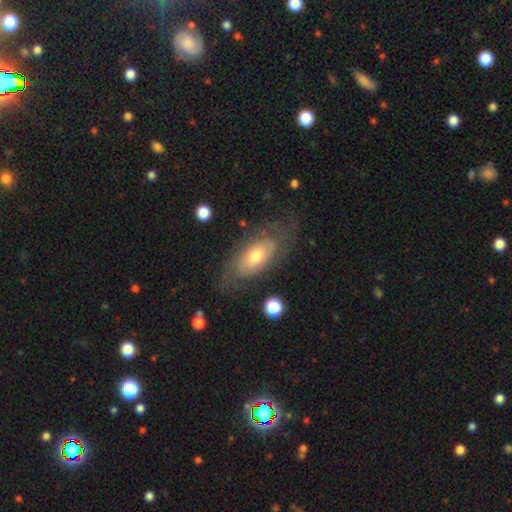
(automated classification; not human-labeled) Morphology: type=featured or disk (52%); edge-on=no (85%); merging=none (67%).